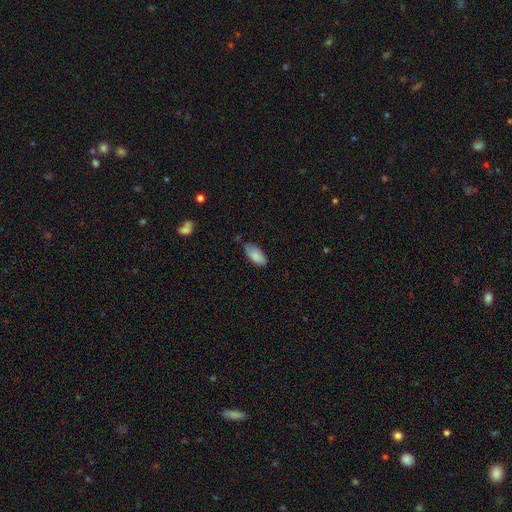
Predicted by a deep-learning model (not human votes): Morphology: type=smooth (86%); roundness=in between (91%); merging=none (63%).